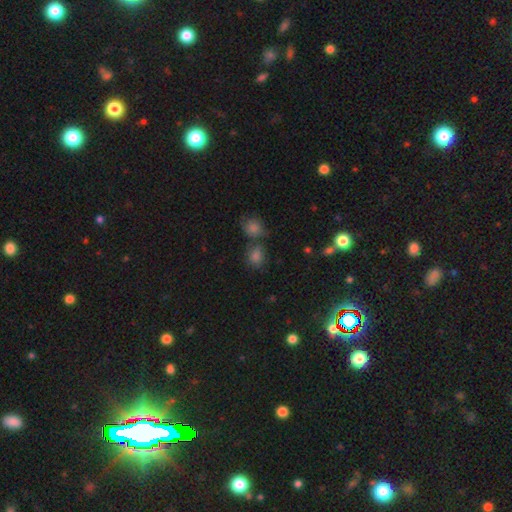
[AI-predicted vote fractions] Smooth or featured? smooth (67%)
How rounded? round (67%)
Merging? none (64%)